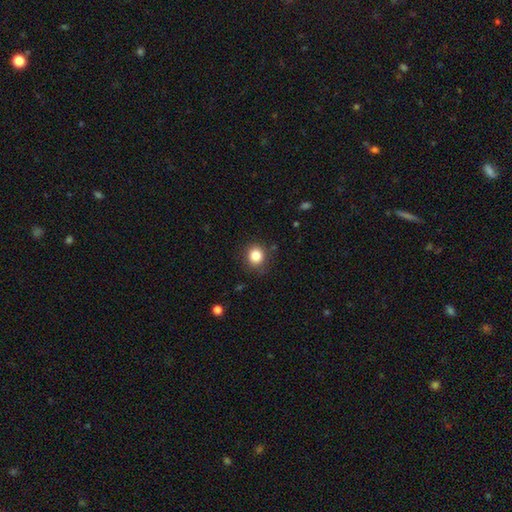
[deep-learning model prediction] A smooth galaxy with no disk features (84%) that is round (83%). Merging: none (85%).